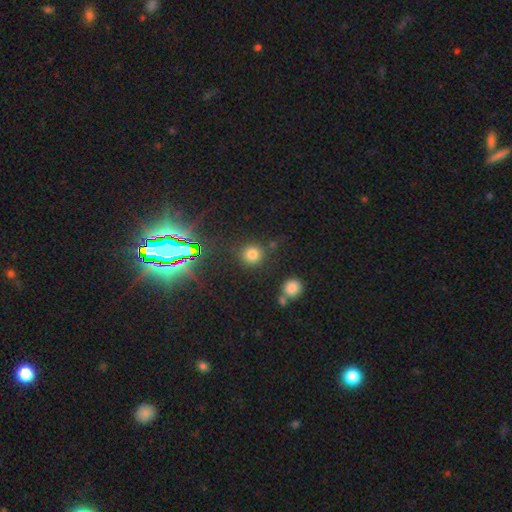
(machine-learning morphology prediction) smooth-or-featured: smooth: 68% | star or artifact: 26% | featured or disk: 6%
  how-rounded: round: 92% | in between: 7% | cigar-shaped: 1%
  merging: none: 85% | minor disturbance: 7% | merger: 4% | major disturbance: 3%